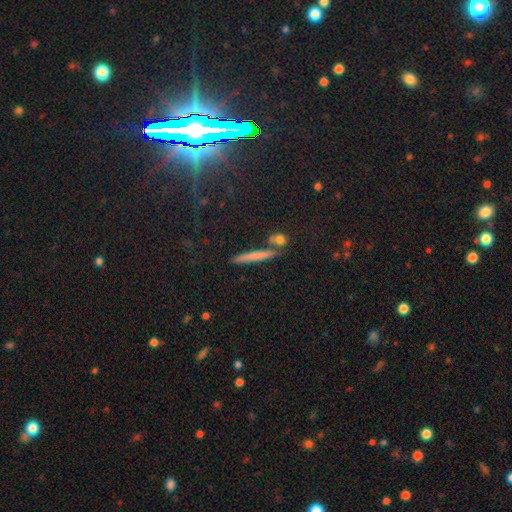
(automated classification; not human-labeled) smooth 63%, featured or disk 26%, star or artifact 11%. Down the decision tree: how rounded — cigar-shaped (91%); merging — none (81%).